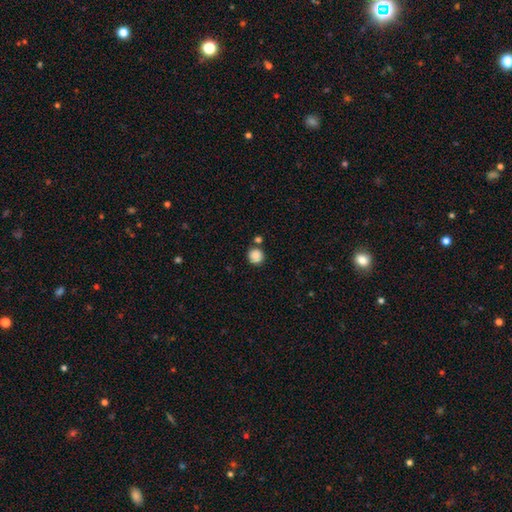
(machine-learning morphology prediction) type=smooth (87%); roundness=round (91%); merging=none (75%).